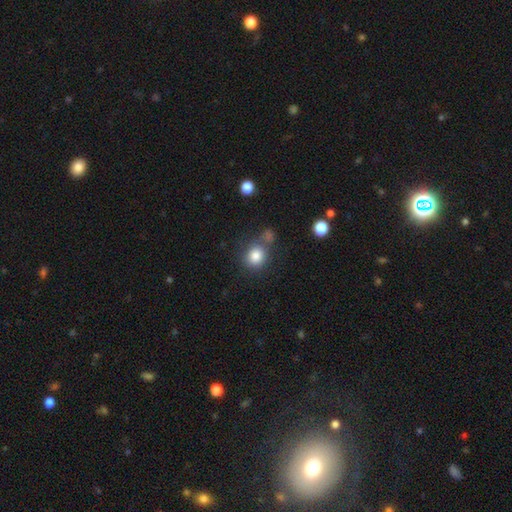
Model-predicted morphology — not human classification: smooth-or-featured: smooth: 83% | star or artifact: 10% | featured or disk: 7%
  how-rounded: round: 81% | in between: 18% | cigar-shaped: 1%
  merging: none: 63% | merger: 17% | minor disturbance: 14% | major disturbance: 6%